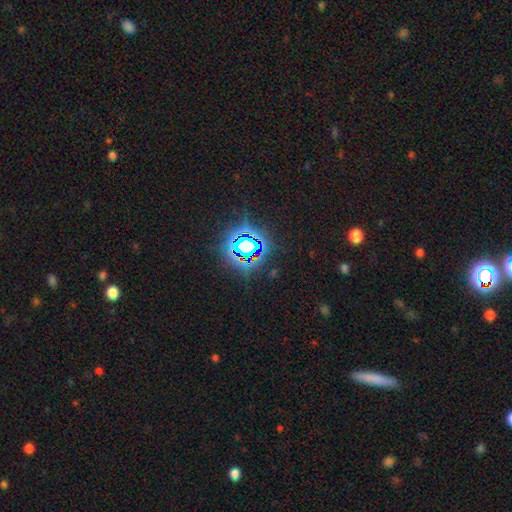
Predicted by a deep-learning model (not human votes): The model was most divided on "smooth or featured": star or artifact: 80%, smooth: 13%, featured or disk: 7%.